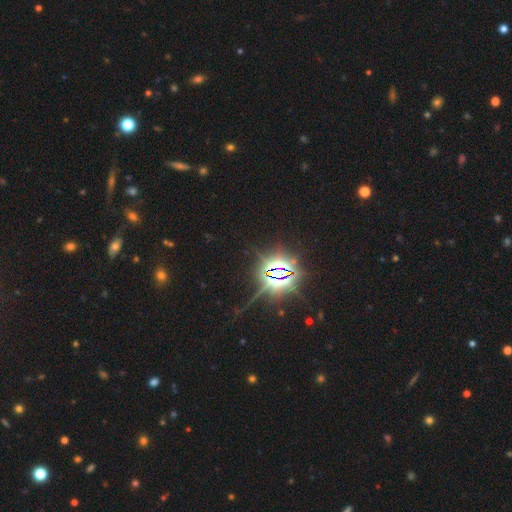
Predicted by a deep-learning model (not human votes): Smooth or featured? Predicted: star or artifact (p=0.84).